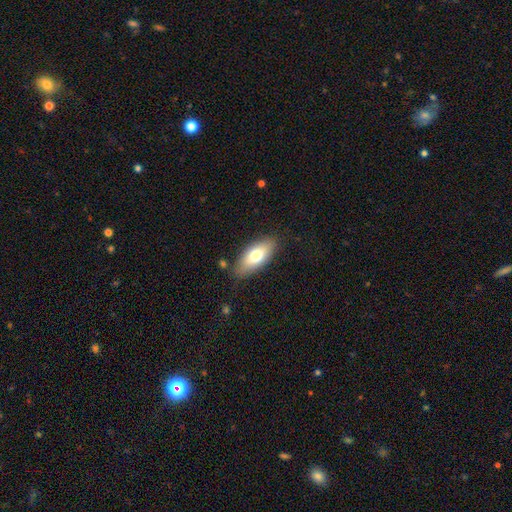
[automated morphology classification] Smooth or featured: smooth — 72% (featured or disk — 21%)
How rounded: in between — 84% (cigar-shaped — 13%)
Merging: none — 82% (minor disturbance — 13%)